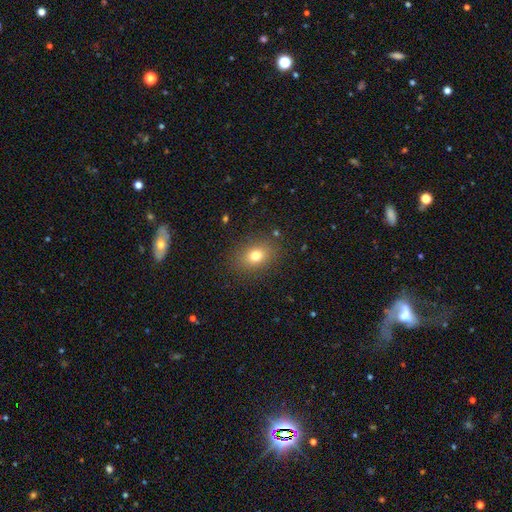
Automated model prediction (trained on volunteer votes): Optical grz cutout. It shows a smooth galaxy with no disk features (77%) that is in between round and cigar-shaped (62%). Merging: none (86%).